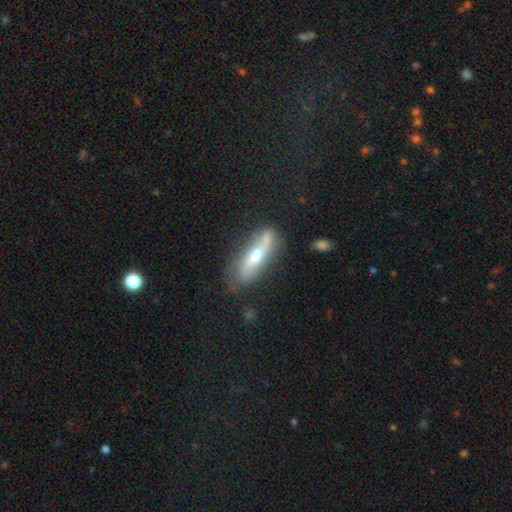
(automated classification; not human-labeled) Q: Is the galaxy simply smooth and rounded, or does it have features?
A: smooth — 48%.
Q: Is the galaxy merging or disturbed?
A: none — 55%.